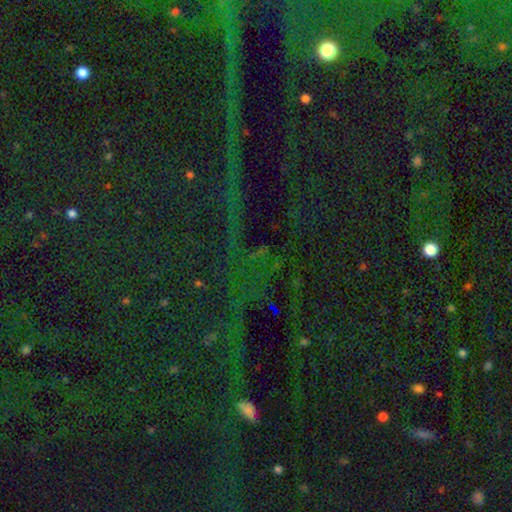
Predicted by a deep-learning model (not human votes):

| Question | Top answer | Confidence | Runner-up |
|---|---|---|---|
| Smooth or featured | star or artifact | 78% | smooth (12%) |